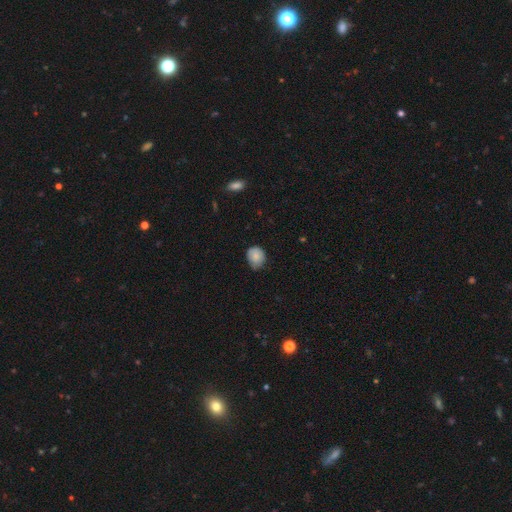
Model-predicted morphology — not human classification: Smooth or featured? smooth (81%)
How rounded? round (66%)
Merging? none (58%)